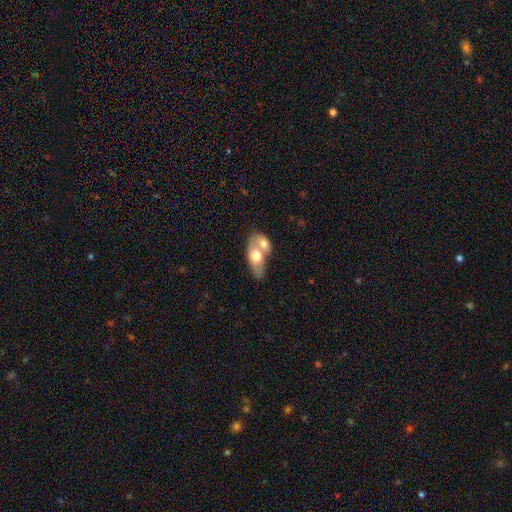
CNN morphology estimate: This appears to be a smooth galaxy with no disk features (65%) that is in between round and cigar-shaped (83%). Merging: merger (74%).